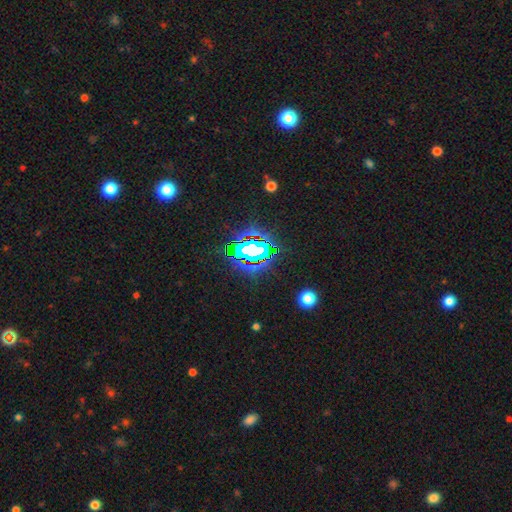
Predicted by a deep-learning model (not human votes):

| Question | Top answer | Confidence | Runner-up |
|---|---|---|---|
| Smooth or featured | star or artifact | 69% | smooth (17%) |